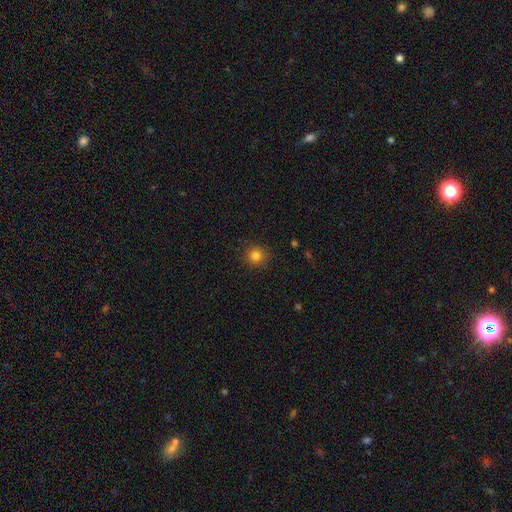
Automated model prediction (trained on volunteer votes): This appears to be a smooth galaxy with no disk features (82%) that is round (92%). Merging: none (88%).